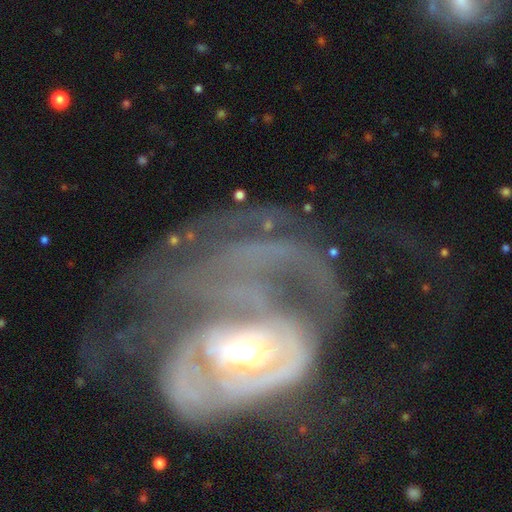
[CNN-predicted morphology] Smooth or featured? Predicted: featured or disk (p=0.81). Edge-on disk? Predicted: no (p=0.96). Bar? Predicted: no (p=0.52). Spiral arms? Predicted: yes (p=0.70). Spiral winding? Predicted: medium (p=0.37). Spiral arm count? Predicted: can't tell (p=0.36). Bulge size? Predicted: moderate (p=0.63). Merging? Predicted: major disturbance (p=0.59).